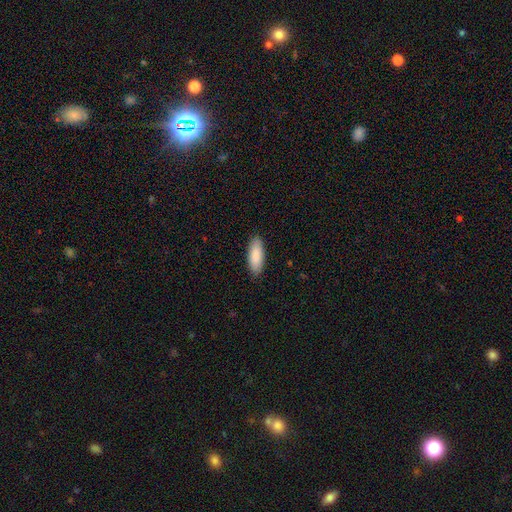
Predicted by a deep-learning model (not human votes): smooth-or-featured: smooth: 89% | featured or disk: 6% | star or artifact: 5%
  how-rounded: in between: 74% | cigar-shaped: 24% | round: 1%
  merging: none: 88% | minor disturbance: 9% | major disturbance: 2% | merger: 1%